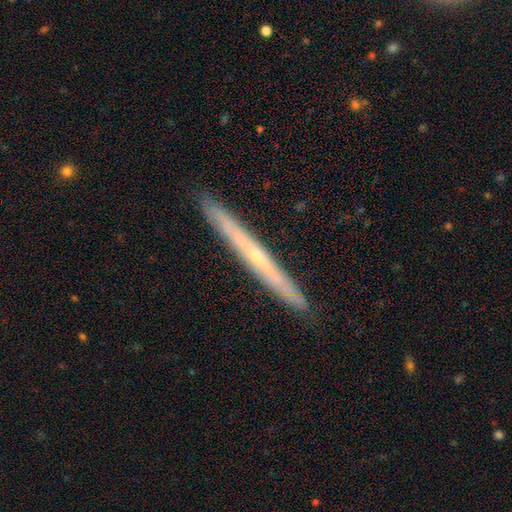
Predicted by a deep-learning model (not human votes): smooth_or_featured: featured or disk (p=0.66) [alt: smooth p=0.28]
disk_edge_on: yes (p=0.94) [alt: no p=0.06]
edge_on_bulge: none (p=0.55) [alt: rounded p=0.42]
merging: none (p=0.91) [alt: minor disturbance p=0.06]